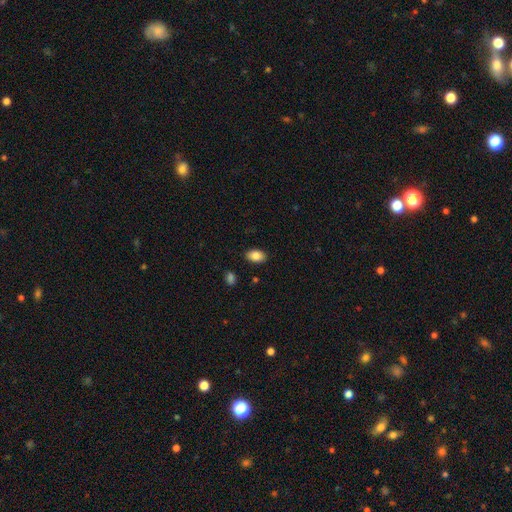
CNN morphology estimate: Smooth or featured: smooth — 86% (star or artifact — 8%)
How rounded: in between — 90% (round — 9%)
Merging: none — 88% (minor disturbance — 8%)